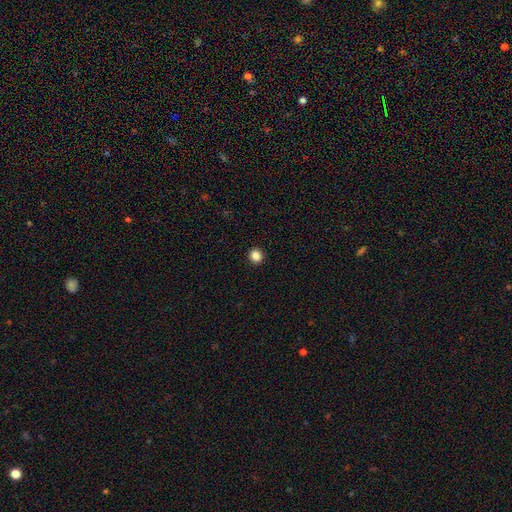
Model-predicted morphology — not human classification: The model was most divided on "smooth or featured": smooth: 85%, star or artifact: 11%, featured or disk: 3%. More confident: merging — none (93%); how rounded — round (88%).